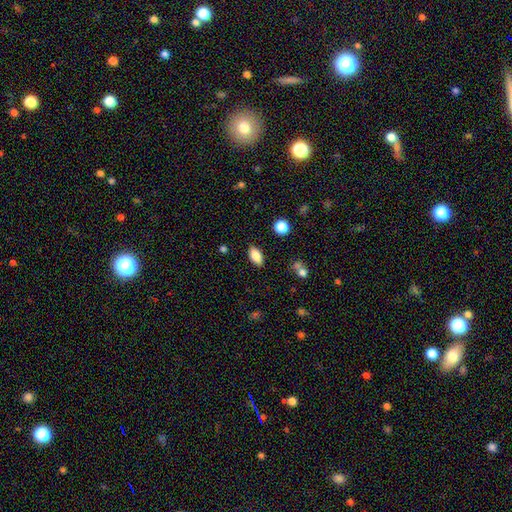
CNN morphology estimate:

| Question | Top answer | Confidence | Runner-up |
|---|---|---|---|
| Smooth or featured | smooth | 83% | featured or disk (9%) |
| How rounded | in between | 89% | cigar-shaped (7%) |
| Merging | none | 86% | minor disturbance (10%) |